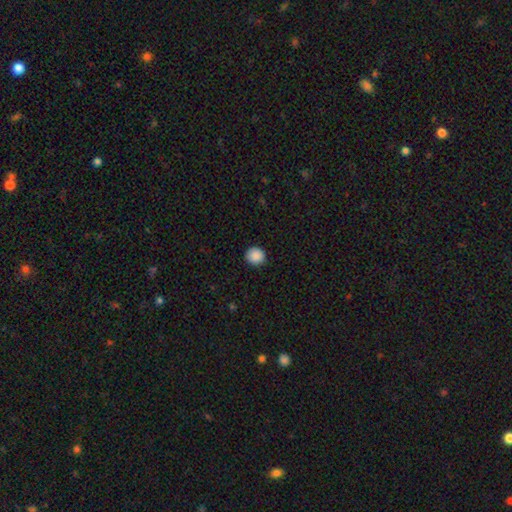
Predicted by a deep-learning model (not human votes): Overall: smooth (89%). How rounded: round (89%). Merging: none (91%).